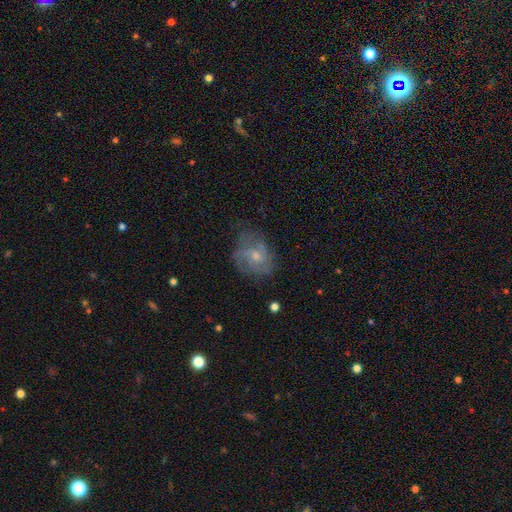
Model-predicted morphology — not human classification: smooth_or_featured: featured or disk (p=0.60) [alt: smooth p=0.28]
disk_edge_on: no (p=0.97) [alt: yes p=0.03]
bar: no (p=0.67) [alt: weak p=0.28]
has_spiral_arms: yes (p=0.76) [alt: no p=0.24]
bulge_size: small (p=0.53) [alt: moderate p=0.41]
merging: none (p=0.58) [alt: minor disturbance p=0.25]